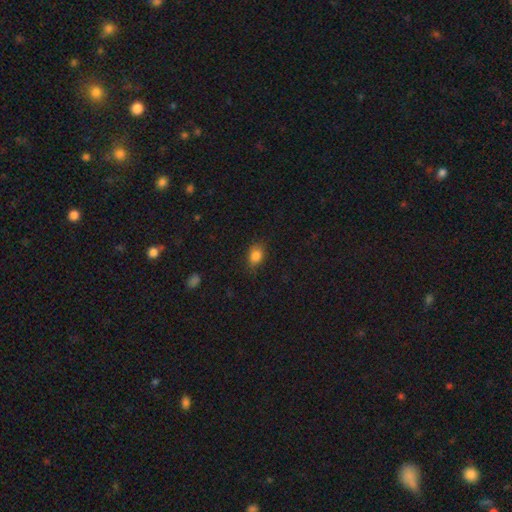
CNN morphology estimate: A smooth galaxy with no disk features (83%) that is in between round and cigar-shaped (73%).

Vote fractions:
- Smooth or featured? smooth: 83% / star or artifact: 11% / featured or disk: 6%
- How rounded? in between: 73% / round: 25% / cigar-shaped: 2%
- Merging? none: 77% / minor disturbance: 18% / major disturbance: 4% / merger: 1%